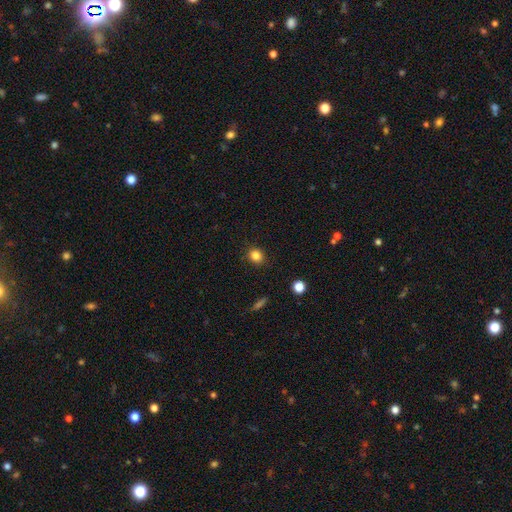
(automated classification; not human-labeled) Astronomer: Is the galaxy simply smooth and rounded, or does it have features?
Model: smooth — 84%.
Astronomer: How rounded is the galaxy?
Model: round — 75%.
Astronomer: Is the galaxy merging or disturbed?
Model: none — 89%.